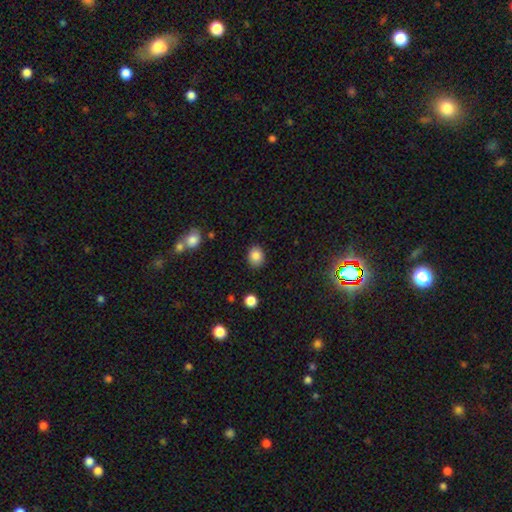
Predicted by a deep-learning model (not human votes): A smooth galaxy with no disk features (85%) that is round (59%). Merging: none (86%).